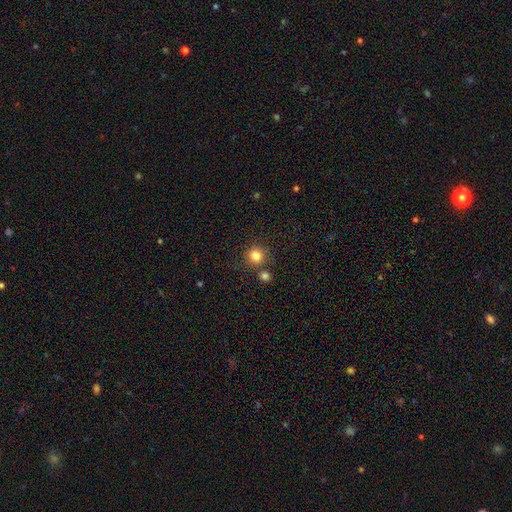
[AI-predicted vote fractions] smooth 83%, star or artifact 12%, featured or disk 5%. Down the decision tree: how rounded — round (91%); merging — none (74%).